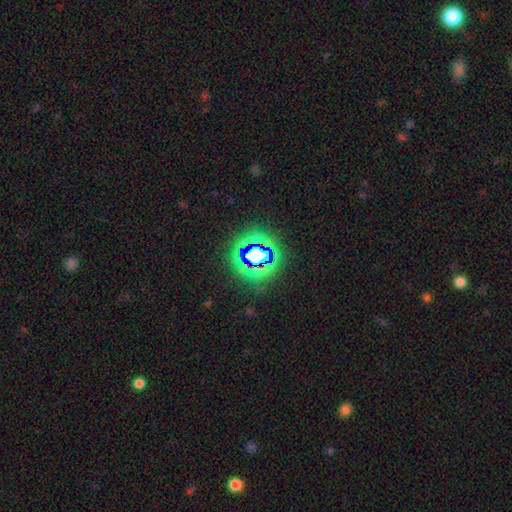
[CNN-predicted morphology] star or artifact 76%, smooth 13%, featured or disk 10%.